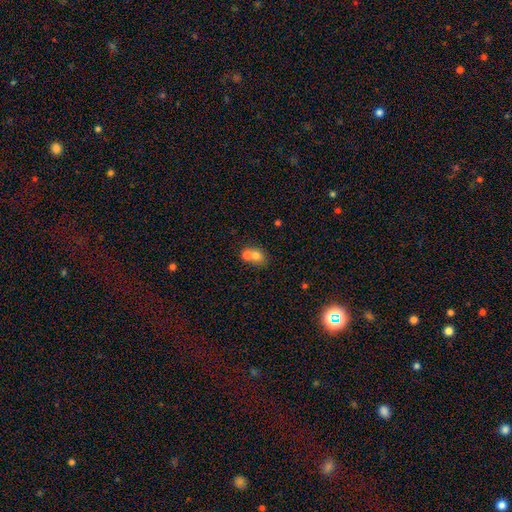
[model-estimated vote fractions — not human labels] Q: Smooth or featured?
A: smooth (71%); runner-up: featured or disk (18%)
Q: How rounded?
A: round (68%); runner-up: in between (31%)
Q: Merging?
A: merger (59%); runner-up: none (32%)